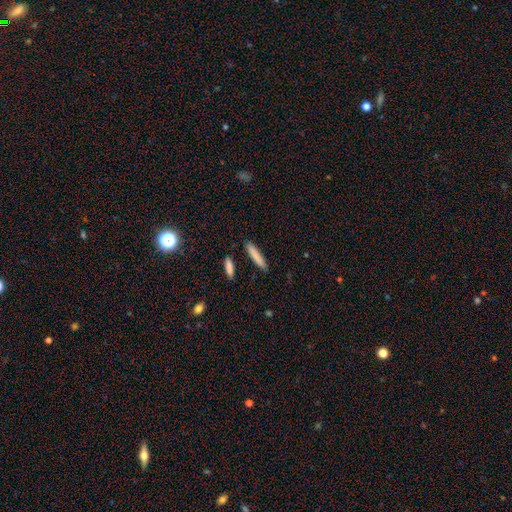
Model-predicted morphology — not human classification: Q: Smooth or featured?
A: smooth (83%); runner-up: featured or disk (10%)
Q: How rounded?
A: cigar-shaped (87%); runner-up: in between (11%)
Q: Merging?
A: none (88%); runner-up: minor disturbance (8%)